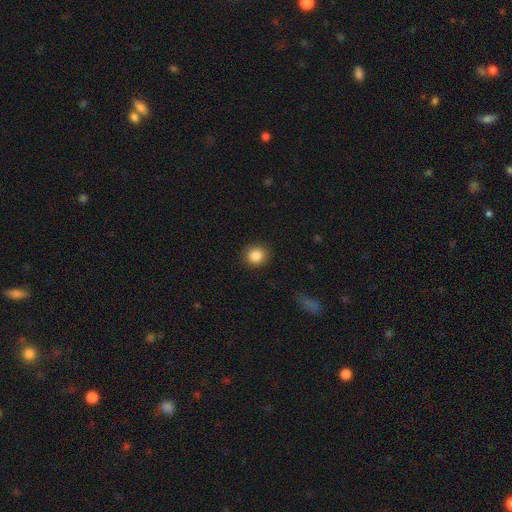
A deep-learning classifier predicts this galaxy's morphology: This appears to be a smooth galaxy with no disk features (87%) that is round (87%). Merging: none (89%).